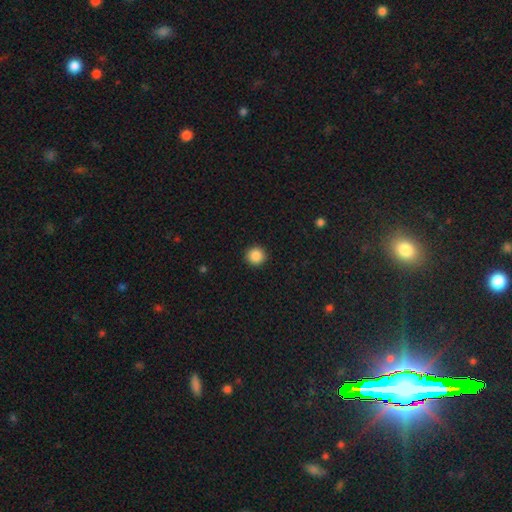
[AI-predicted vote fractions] Q: Smooth or featured?
A: smooth (88%); runner-up: star or artifact (9%)
Q: How rounded?
A: round (95%); runner-up: in between (4%)
Q: Merging?
A: none (93%); runner-up: minor disturbance (4%)